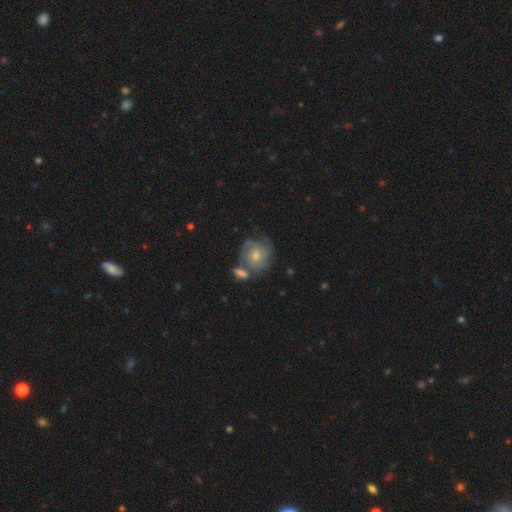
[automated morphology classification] This appears to be a featured or disk galaxy (69%) with no bar (74%), tight (61%) spiral arms (90%) and a moderate central bulge (60%). Merging: none (59%).